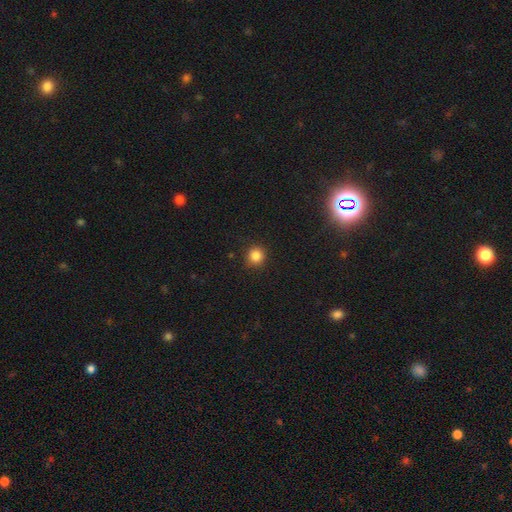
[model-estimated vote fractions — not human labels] Q: Smooth or featured?
A: smooth (85%); runner-up: star or artifact (11%)
Q: How rounded?
A: round (93%); runner-up: in between (6%)
Q: Merging?
A: none (90%); runner-up: minor disturbance (7%)